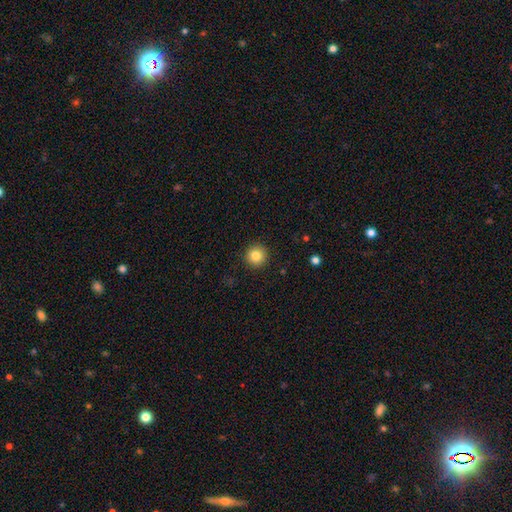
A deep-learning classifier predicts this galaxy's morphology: smooth 84%, star or artifact 10%, featured or disk 5%. Down the decision tree: how rounded — round (95%); merging — none (92%).